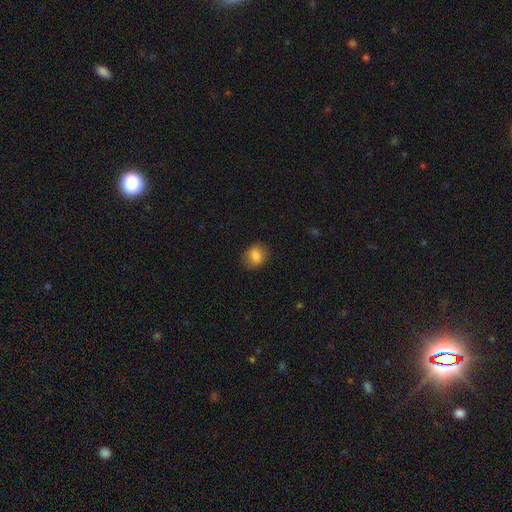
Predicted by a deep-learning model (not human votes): smooth_or_featured: smooth (p=0.83) [alt: star or artifact p=0.09]
how_rounded: round (p=0.55) [alt: in between p=0.43]
merging: none (p=0.84) [alt: minor disturbance p=0.12]